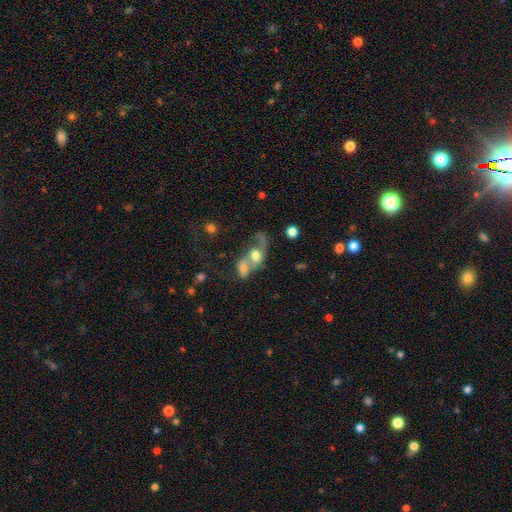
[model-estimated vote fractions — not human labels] Smooth or featured? Predicted: smooth (p=0.45). Merging? Predicted: merger (p=0.75).